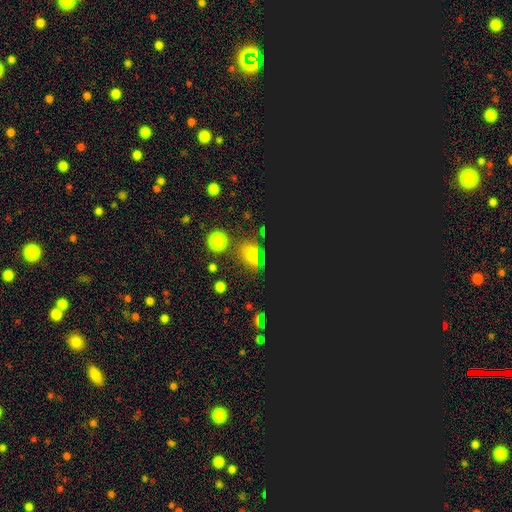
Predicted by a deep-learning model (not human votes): star or artifact 54%, smooth 37%, featured or disk 9%.